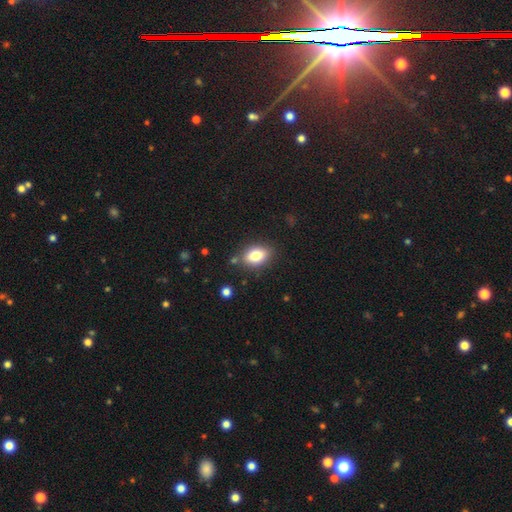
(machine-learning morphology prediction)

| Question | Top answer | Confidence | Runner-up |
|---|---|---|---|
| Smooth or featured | smooth | 81% | featured or disk (10%) |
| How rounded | in between | 82% | round (16%) |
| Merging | none | 80% | minor disturbance (12%) |